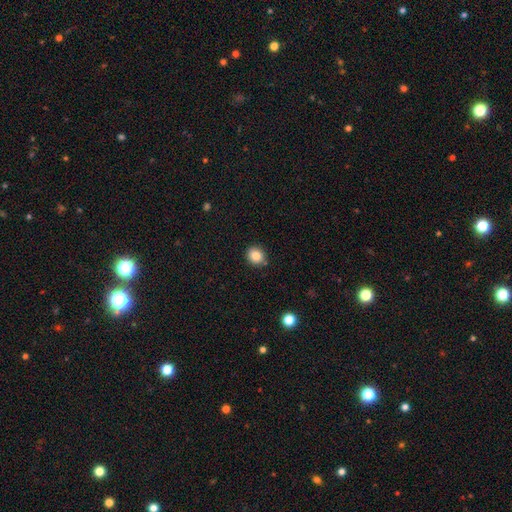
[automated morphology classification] Smooth or featured?
  - smooth: 85% *
  - star or artifact: 10%
  - featured or disk: 5%
How rounded?
  - round: 77% *
  - in between: 22%
  - cigar-shaped: 1%
Merging?
  - none: 87% *
  - minor disturbance: 8%
  - merger: 2%
  - major disturbance: 2%